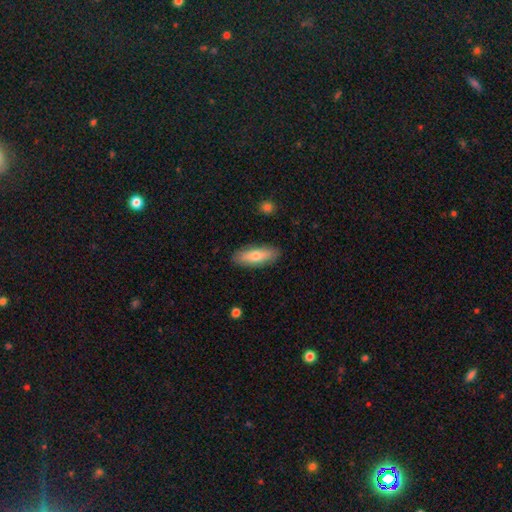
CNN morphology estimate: Smooth or featured?
  - smooth: 71% *
  - featured or disk: 24%
  - star or artifact: 6%
How rounded?
  - in between: 64% *
  - cigar-shaped: 33%
  - round: 2%
Merging?
  - none: 87% *
  - minor disturbance: 9%
  - major disturbance: 2%
  - merger: 1%